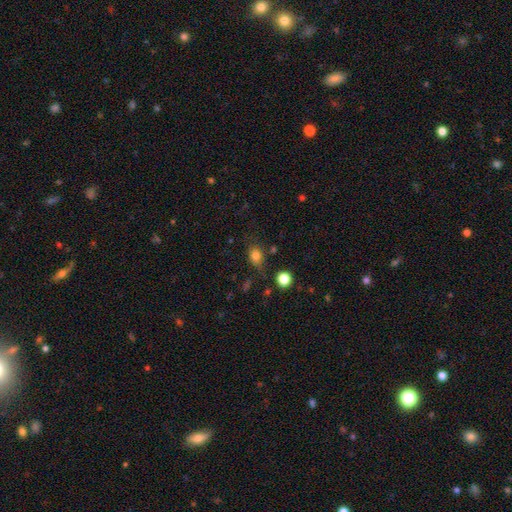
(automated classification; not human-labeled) Smooth or featured? smooth (80%)
How rounded? in between (56%)
Merging? none (67%)